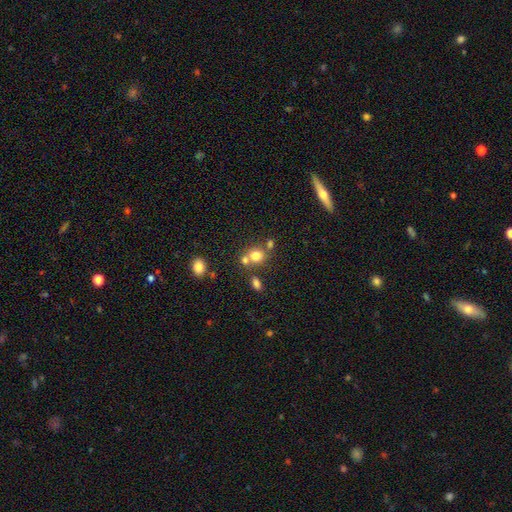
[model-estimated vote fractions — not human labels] smooth_or_featured: smooth (p=0.75) [alt: star or artifact p=0.14]
how_rounded: round (p=0.77) [alt: in between p=0.22]
merging: none (p=0.52) [alt: merger p=0.34]